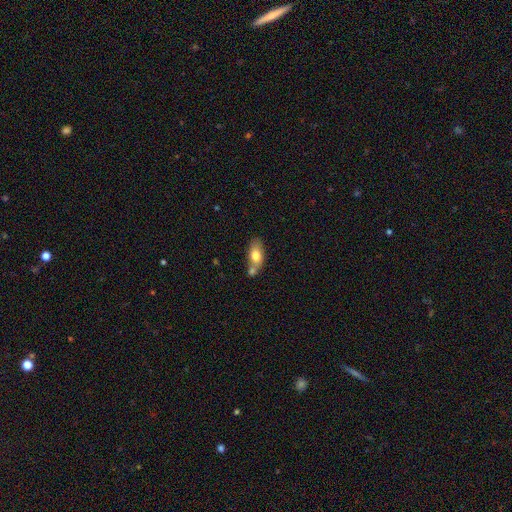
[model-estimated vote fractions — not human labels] Q: Smooth or featured?
A: smooth (73%); runner-up: featured or disk (20%)
Q: How rounded?
A: in between (85%); runner-up: round (9%)
Q: Merging?
A: none (42%); runner-up: merger (38%)